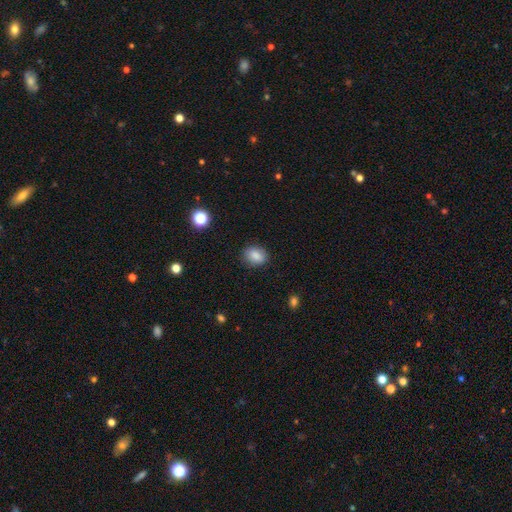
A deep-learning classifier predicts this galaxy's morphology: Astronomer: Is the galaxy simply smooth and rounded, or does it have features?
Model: smooth — 85%.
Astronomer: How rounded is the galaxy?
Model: in between — 64%.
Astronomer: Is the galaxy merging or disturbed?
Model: none — 85%.